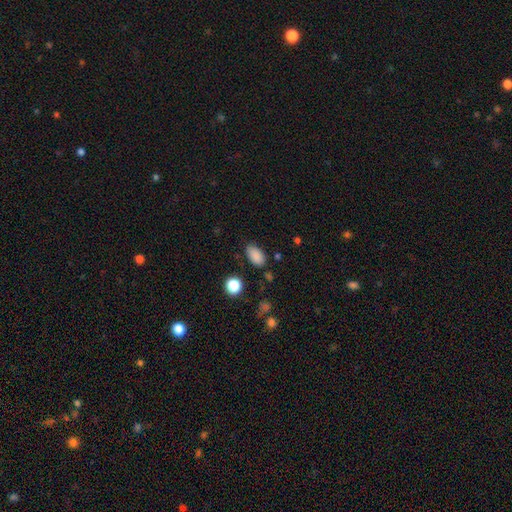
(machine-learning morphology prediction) The model was most divided on "merging": none: 80%, minor disturbance: 14%, major disturbance: 3%, merger: 2%. More confident: how rounded — in between (91%); smooth or featured — smooth (86%).